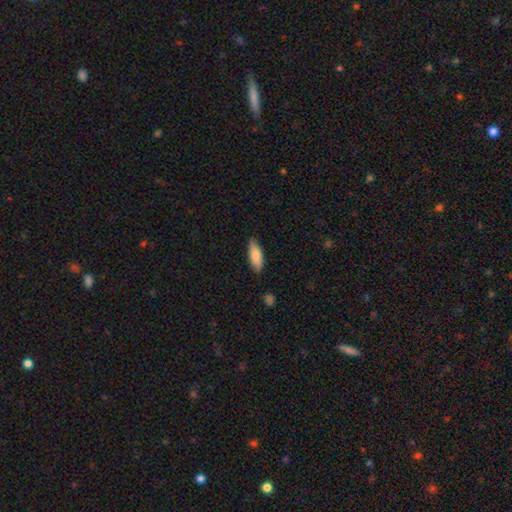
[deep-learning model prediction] Q: Smooth or featured?
A: smooth (84%); runner-up: featured or disk (10%)
Q: How rounded?
A: in between (69%); runner-up: cigar-shaped (29%)
Q: Merging?
A: none (83%); runner-up: minor disturbance (14%)